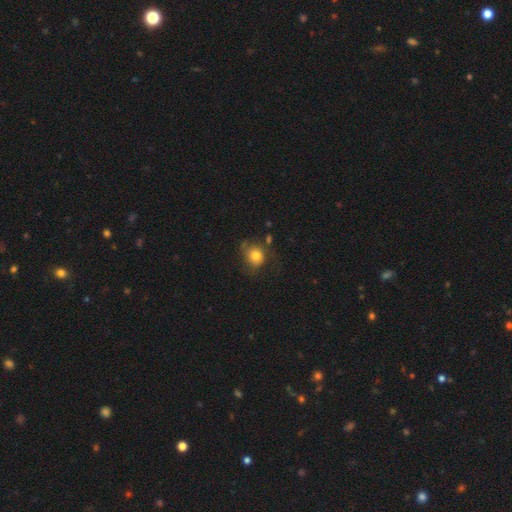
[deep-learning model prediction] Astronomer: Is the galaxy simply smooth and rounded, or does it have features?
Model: smooth — 73%.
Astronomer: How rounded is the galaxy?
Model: round — 69%.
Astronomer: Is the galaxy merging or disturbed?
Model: none — 50% (runner-up: minor disturbance, 28%).